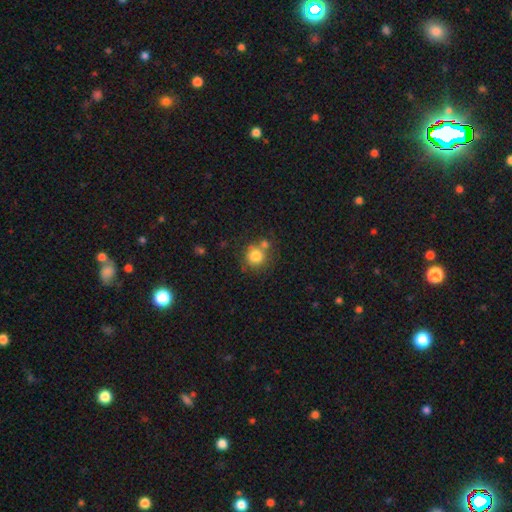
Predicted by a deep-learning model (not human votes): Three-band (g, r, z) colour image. It shows a smooth galaxy with no disk features (80%) that is round (89%). Merging: none (61%).